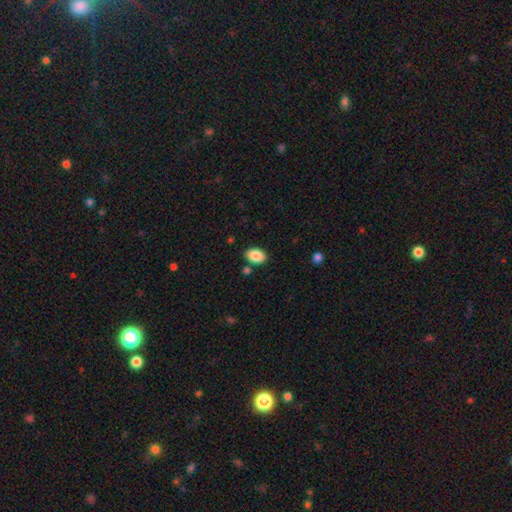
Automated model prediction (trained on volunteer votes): Smooth or featured? Predicted: smooth (p=0.87). How rounded? Predicted: in between (p=0.85). Merging? Predicted: none (p=0.83).